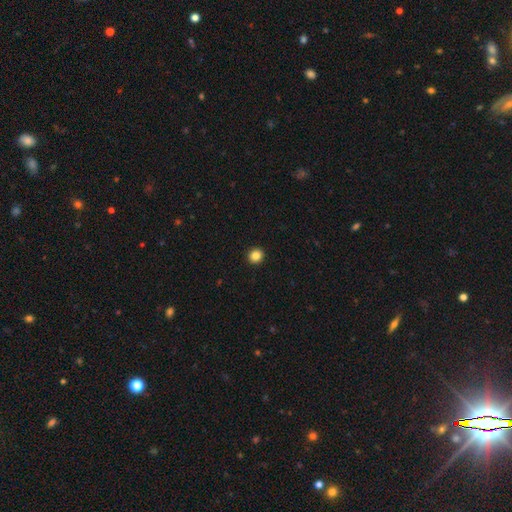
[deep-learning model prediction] A smooth galaxy with no disk features (85%) that is round (91%).

Vote fractions:
- Smooth or featured? smooth: 85% / star or artifact: 11% / featured or disk: 4%
- How rounded? round: 91% / in between: 8% / cigar-shaped: 1%
- Merging? none: 94% / minor disturbance: 4% / major disturbance: 1% / merger: 1%